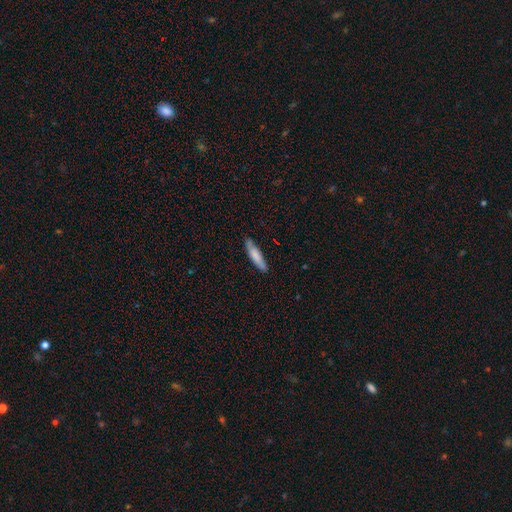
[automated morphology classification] smooth 74%, featured or disk 20%, star or artifact 6%. Down the decision tree: how rounded — cigar-shaped (76%); merging — none (79%).